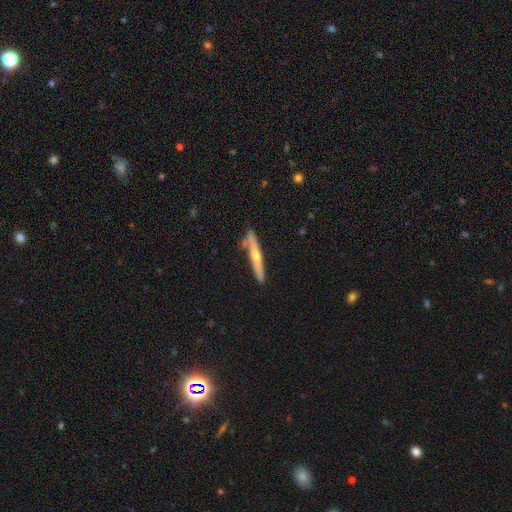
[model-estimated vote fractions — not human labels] Smooth or featured? Predicted: featured or disk (p=0.55). Edge-on disk? Predicted: yes (p=0.93). Edge-on bulge? Predicted: rounded (p=0.81). Merging? Predicted: none (p=0.78).